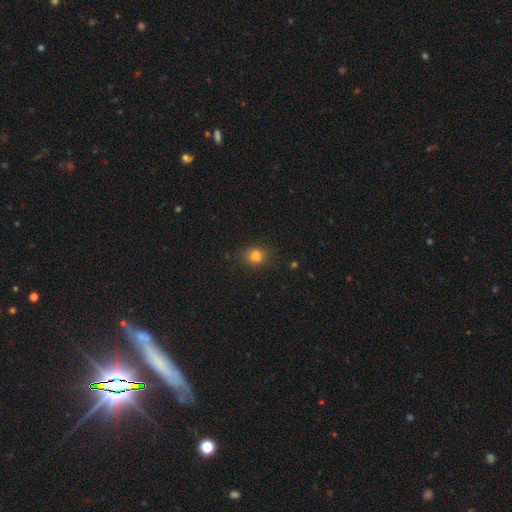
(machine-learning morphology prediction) Smooth or featured?
  - smooth: 79% *
  - star or artifact: 14%
  - featured or disk: 7%
How rounded?
  - round: 68% *
  - in between: 31%
  - cigar-shaped: 1%
Merging?
  - none: 73% *
  - minor disturbance: 19%
  - major disturbance: 5%
  - merger: 3%